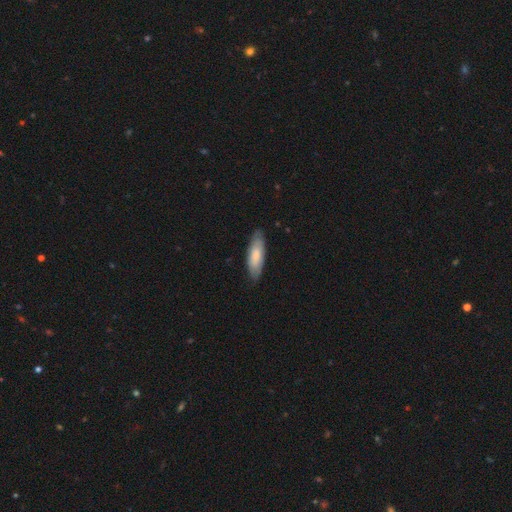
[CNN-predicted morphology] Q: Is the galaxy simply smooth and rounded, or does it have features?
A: smooth — 73%.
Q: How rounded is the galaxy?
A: in between — 59%.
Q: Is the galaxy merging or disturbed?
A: none — 80%.